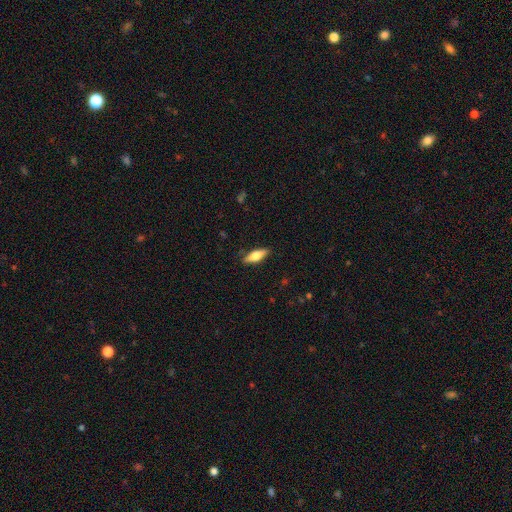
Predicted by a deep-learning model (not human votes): The model was most divided on "how rounded": in between: 59%, cigar-shaped: 39%, round: 3%. More confident: merging — none (86%); smooth or featured — smooth (60%).